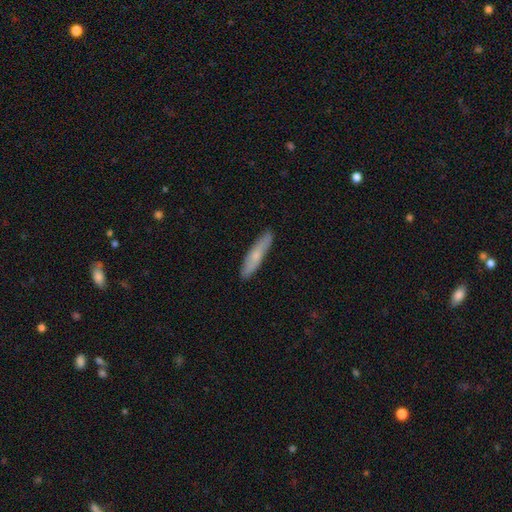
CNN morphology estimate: This appears to be a smooth galaxy with no disk features (62%) that is cigar-shaped (85%). Merging: none (89%).